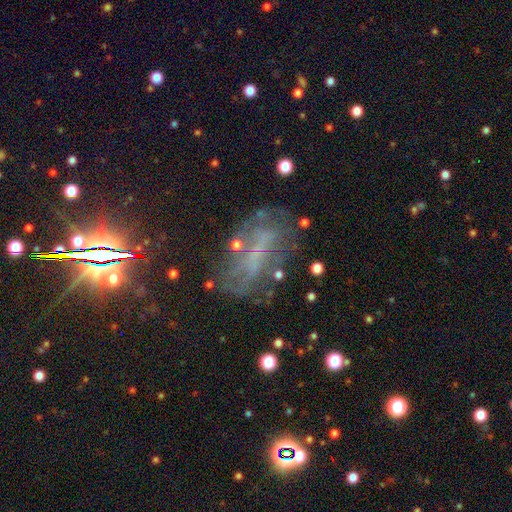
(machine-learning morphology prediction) smooth_or_featured: featured or disk (p=0.46) [alt: star or artifact p=0.36]
merging: none (p=0.60) [alt: minor disturbance p=0.20]